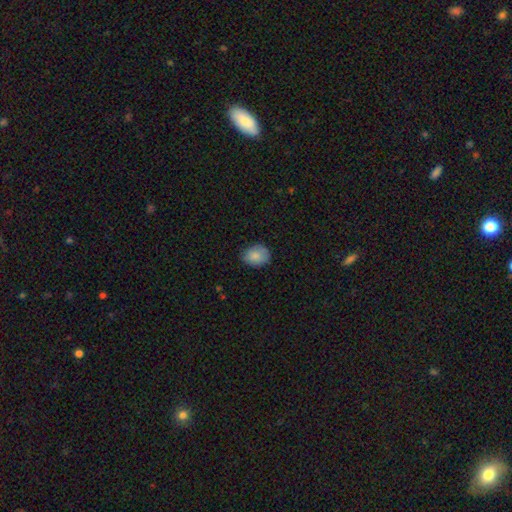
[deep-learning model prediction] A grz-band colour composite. It shows a smooth galaxy with no disk features (85%) that is in between round and cigar-shaped (58%). Merging: none (77%).